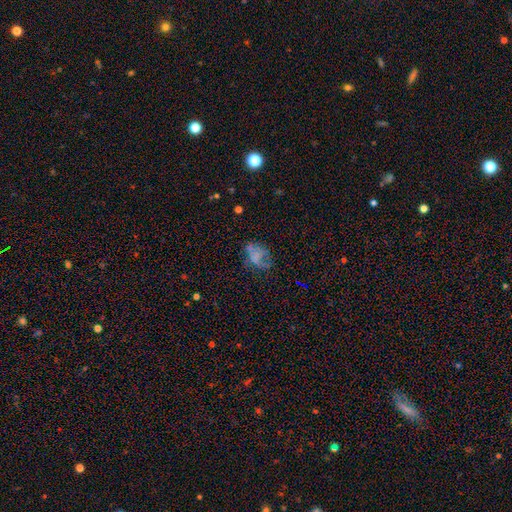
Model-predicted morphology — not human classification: The model was most divided on "merging": none: 41%, major disturbance: 30%, minor disturbance: 24%, merger: 5%. Remaining: smooth or featured — smooth (46%).